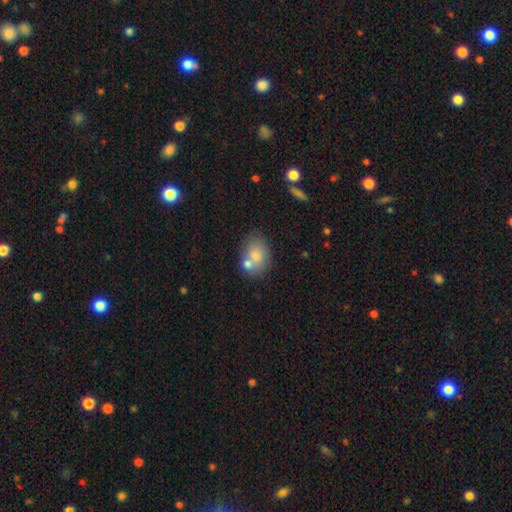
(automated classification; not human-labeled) smooth-or-featured: smooth: 74% | featured or disk: 18% | star or artifact: 8%
  how-rounded: in between: 74% | round: 25% | cigar-shaped: 1%
  merging: none: 49% | merger: 30% | minor disturbance: 15% | major disturbance: 5%